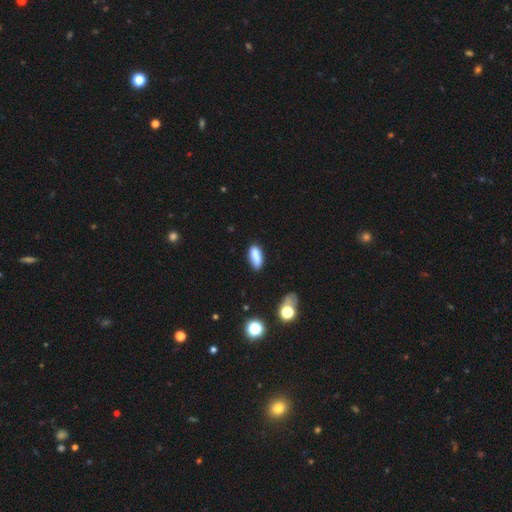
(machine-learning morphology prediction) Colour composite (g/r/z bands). It shows a smooth galaxy with no disk features (84%) that is in between round and cigar-shaped (77%). Merging: none (74%).